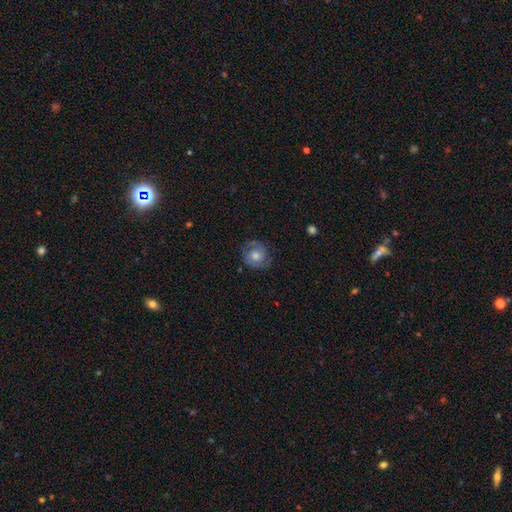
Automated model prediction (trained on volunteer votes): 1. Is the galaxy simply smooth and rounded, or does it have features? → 62% featured or disk, 30% smooth, 9% star or artifact.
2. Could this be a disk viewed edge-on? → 97% no, 3% yes.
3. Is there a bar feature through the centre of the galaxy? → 74% no, 22% weak, 4% strong.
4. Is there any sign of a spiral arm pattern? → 87% yes, 13% no.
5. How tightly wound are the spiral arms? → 51% tight, 38% medium, 11% loose.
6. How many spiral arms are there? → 77% 2, 12% can't tell, 5% 1, 3% 3, 1% 4, 1% more than 4.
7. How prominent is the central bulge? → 67% moderate, 20% small, 10% large, 2% none, 1% dominant.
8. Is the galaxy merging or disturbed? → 78% none, 15% minor disturbance, 6% major disturbance, 1% merger.